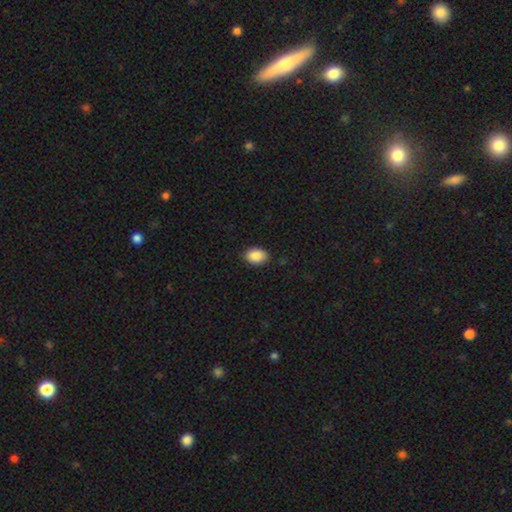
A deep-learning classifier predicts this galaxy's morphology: This is clearly a smooth galaxy (89%). How rounded: clearly in between (80%). Merging: clearly none (87%).